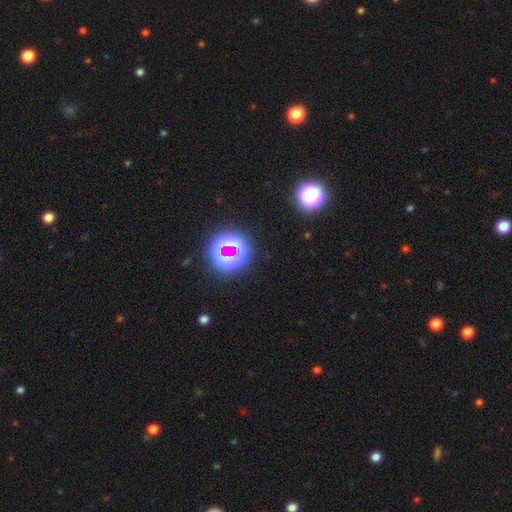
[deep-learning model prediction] This is clearly a star or artifact rather than a galaxy (83%).